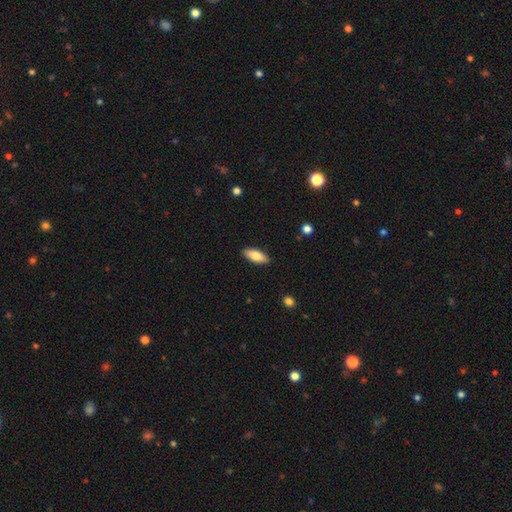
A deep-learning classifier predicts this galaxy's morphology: Smooth or featured? smooth (76%)
How rounded? in between (76%)
Merging? none (88%)